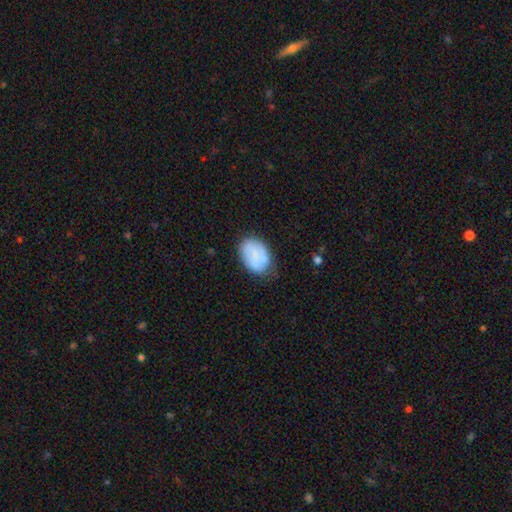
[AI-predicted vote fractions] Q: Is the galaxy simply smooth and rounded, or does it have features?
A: smooth — 68%.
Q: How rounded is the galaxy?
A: in between — 83%.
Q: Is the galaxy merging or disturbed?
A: none — 64%.